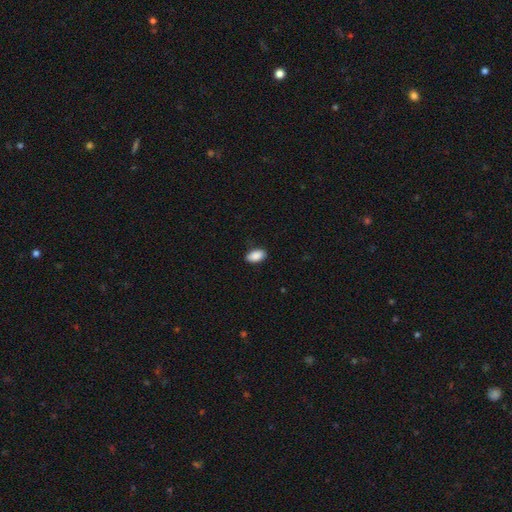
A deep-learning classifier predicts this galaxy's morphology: The model was most divided on "merging": none: 84%, minor disturbance: 12%, major disturbance: 2%, merger: 1%. More confident: how rounded — in between (93%); smooth or featured — smooth (90%).